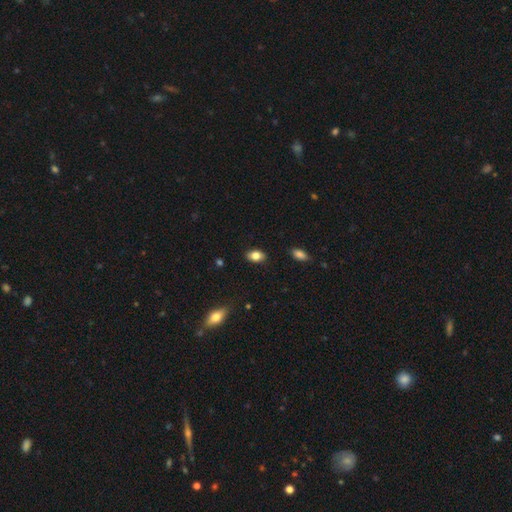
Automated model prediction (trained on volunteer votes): smooth-or-featured: smooth: 82% | featured or disk: 9% | star or artifact: 8%
  how-rounded: in between: 85% | round: 13% | cigar-shaped: 2%
  merging: none: 86% | minor disturbance: 10% | major disturbance: 2% | merger: 1%